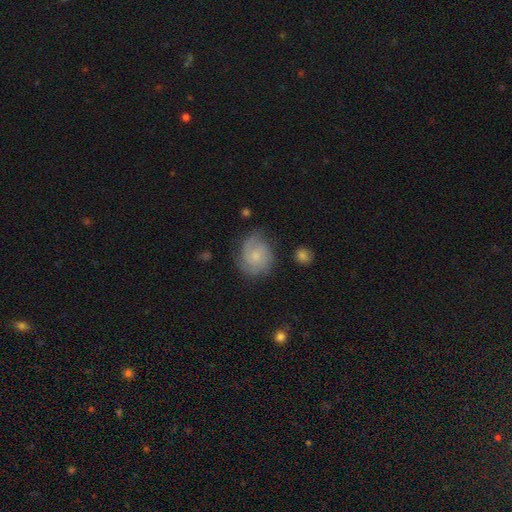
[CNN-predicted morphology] Q: Smooth or featured?
A: featured or disk (59%); runner-up: smooth (34%)
Q: Edge-on disk?
A: no (98%); runner-up: yes (2%)
Q: Bar?
A: no (72%); runner-up: weak (25%)
Q: Spiral arms?
A: yes (89%); runner-up: no (11%)
Q: Spiral winding?
A: tight (52%); runner-up: medium (37%)
Q: Spiral arm count?
A: 2 (38%); runner-up: can't tell (28%)
Q: Bulge size?
A: small (52%); runner-up: moderate (36%)
Q: Merging?
A: none (68%); runner-up: minor disturbance (23%)